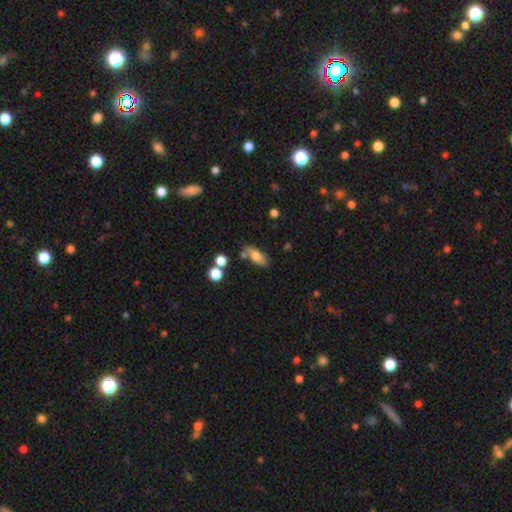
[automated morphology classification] A smooth galaxy with no disk features (71%) that is in between round and cigar-shaped (76%).

Vote fractions:
- Smooth or featured? smooth: 71% / featured or disk: 20% / star or artifact: 9%
- How rounded? in between: 76% / cigar-shaped: 20% / round: 5%
- Merging? none: 67% / minor disturbance: 17% / merger: 11% / major disturbance: 5%